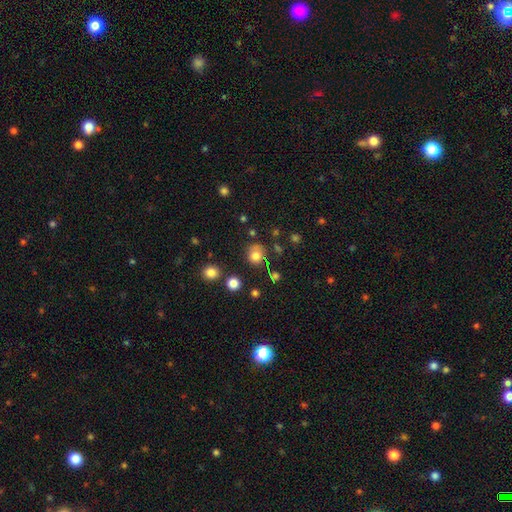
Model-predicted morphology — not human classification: This appears to be a smooth galaxy with no disk features (77%) that is round (79%). Merging: none (67%).